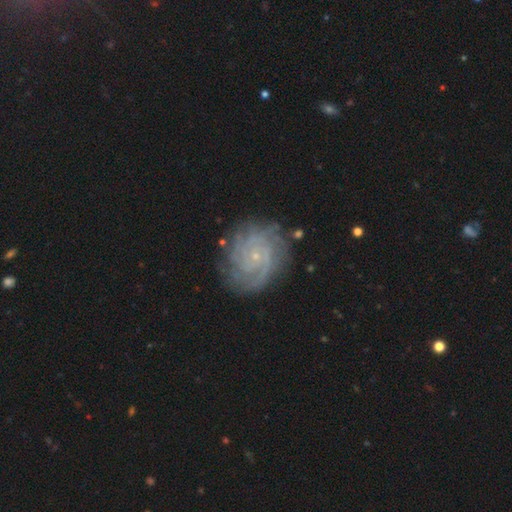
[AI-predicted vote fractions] Smooth or featured? Predicted: featured or disk (p=0.85). Edge-on disk? Predicted: no (p=0.98). Bar? Predicted: no (p=0.78). Spiral arms? Predicted: yes (p=0.97). Spiral winding? Predicted: tight (p=0.76). Spiral arm count? Predicted: can't tell (p=0.27). Bulge size? Predicted: small (p=0.87). Merging? Predicted: none (p=0.80).